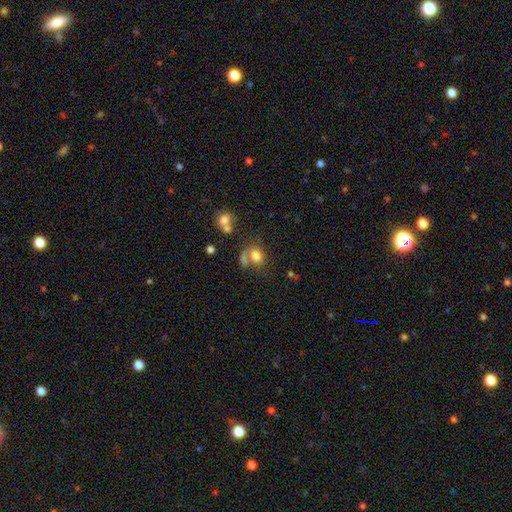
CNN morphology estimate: This appears to be a smooth galaxy with no disk features (75%) that is round (50%). Merging: none (43%).